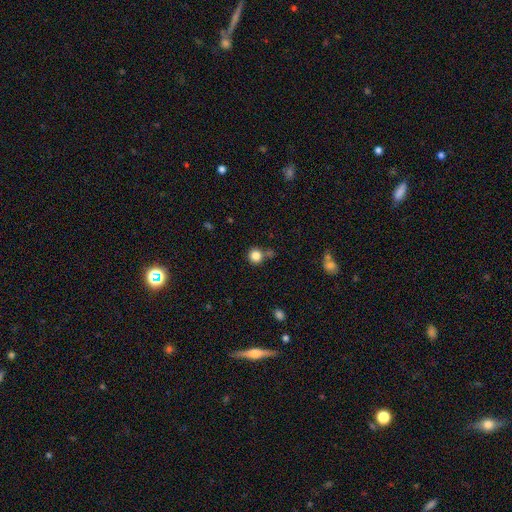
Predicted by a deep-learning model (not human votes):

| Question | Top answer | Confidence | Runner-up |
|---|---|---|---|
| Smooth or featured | smooth | 84% | star or artifact (11%) |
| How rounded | round | 93% | in between (6%) |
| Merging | none | 73% | merger (13%) |